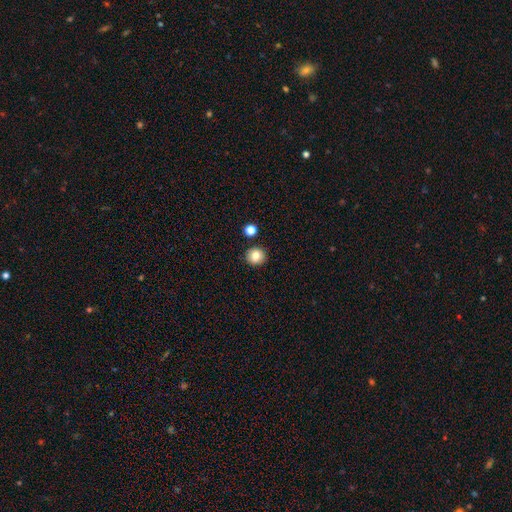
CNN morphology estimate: This appears to be a smooth galaxy with no disk features (80%) that is round (90%). Merging: none (88%).